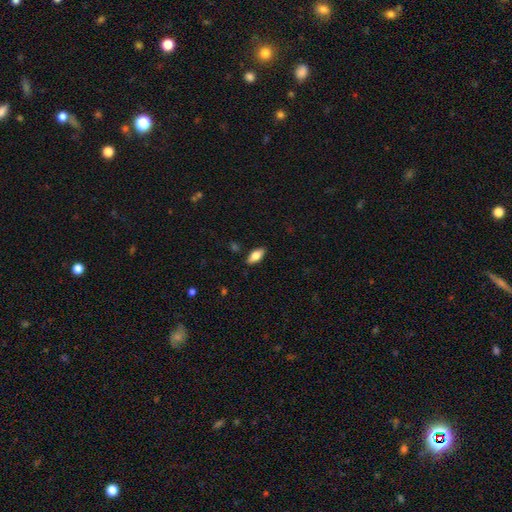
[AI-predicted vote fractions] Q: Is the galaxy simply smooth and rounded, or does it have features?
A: smooth — 75%.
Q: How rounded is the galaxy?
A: in between — 86%.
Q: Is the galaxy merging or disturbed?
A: none — 87%.